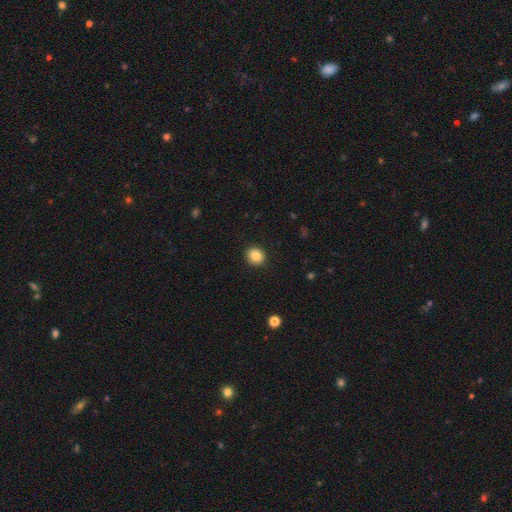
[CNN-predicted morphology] A smooth galaxy with no disk features (86%) that is round (80%).

Vote fractions:
- Smooth or featured? smooth: 86% / star or artifact: 9% / featured or disk: 5%
- How rounded? round: 80% / in between: 19% / cigar-shaped: 1%
- Merging? none: 91% / minor disturbance: 6% / major disturbance: 2% / merger: 1%